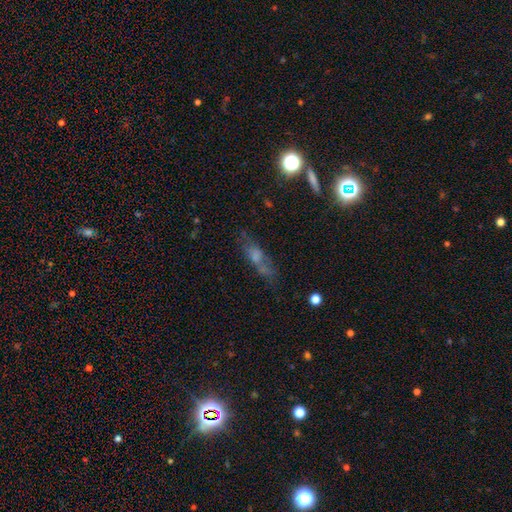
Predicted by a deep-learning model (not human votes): Smooth or featured: featured or disk — 39% (smooth — 37%)
Merging: none — 62% (minor disturbance — 20%)